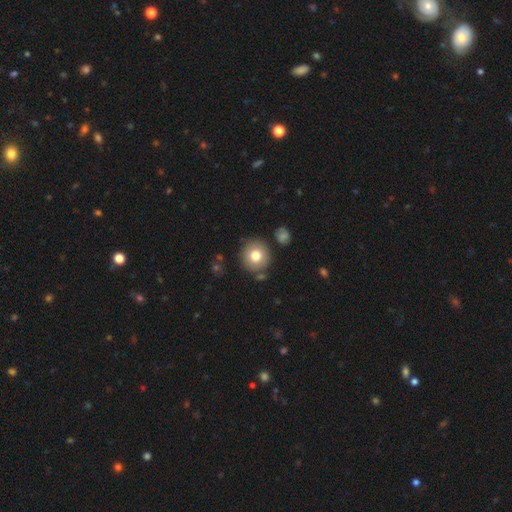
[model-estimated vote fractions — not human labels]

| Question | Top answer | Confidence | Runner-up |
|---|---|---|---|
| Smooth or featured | smooth | 77% | featured or disk (14%) |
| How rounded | round | 93% | in between (6%) |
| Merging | none | 83% | minor disturbance (9%) |